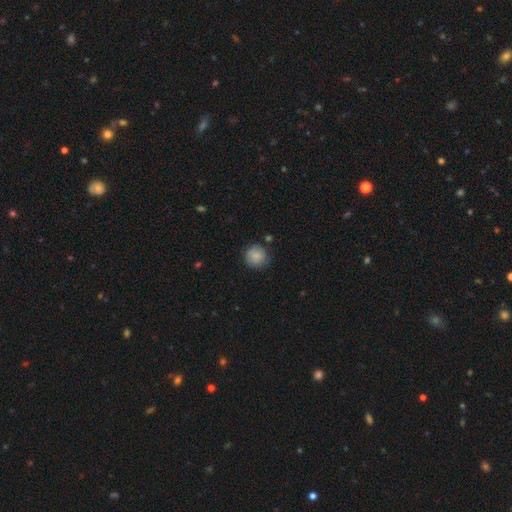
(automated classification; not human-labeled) A smooth galaxy with no disk features (84%) that is round (92%). Merging: none (79%).